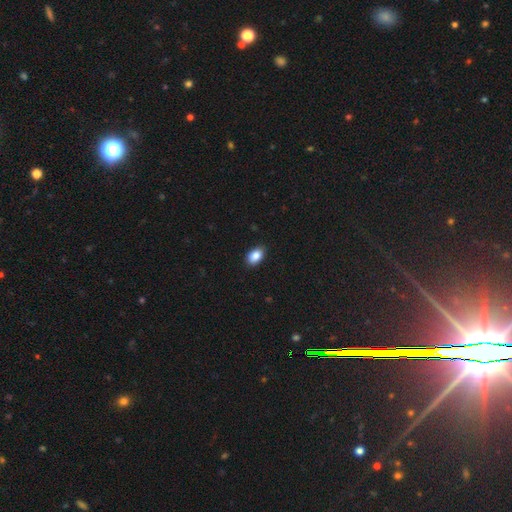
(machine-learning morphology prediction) Q: Smooth or featured?
A: smooth (87%); runner-up: star or artifact (8%)
Q: How rounded?
A: in between (89%); runner-up: round (10%)
Q: Merging?
A: none (89%); runner-up: minor disturbance (8%)